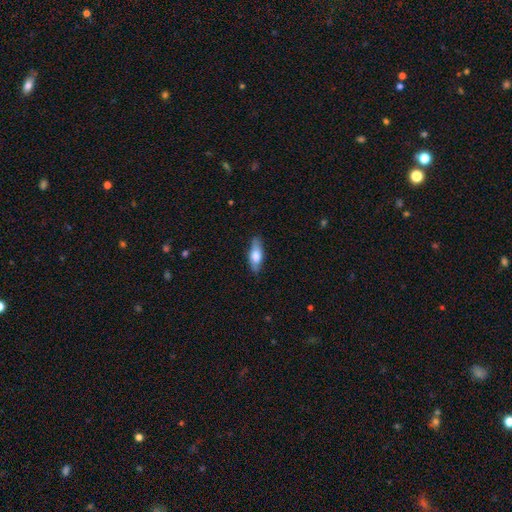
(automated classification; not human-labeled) Overall: smooth (62%; featured or disk 32%). How rounded: in between (63%; cigar-shaped 34%). Merging: none (81%).